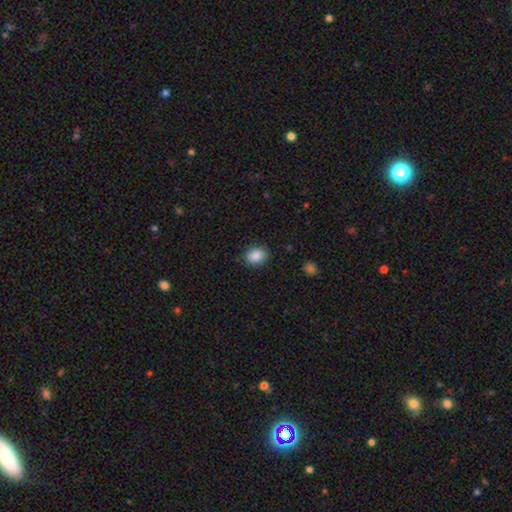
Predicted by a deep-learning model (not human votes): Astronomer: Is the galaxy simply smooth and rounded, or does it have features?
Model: smooth — 88%.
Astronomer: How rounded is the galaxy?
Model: round — 51% (runner-up: in between, 48%).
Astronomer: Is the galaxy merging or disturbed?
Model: none — 88%.